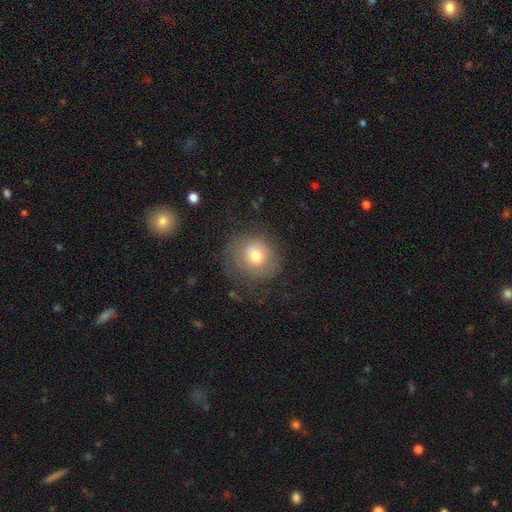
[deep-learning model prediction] A smooth galaxy with no disk features (68%) that is round (83%). Merging: none (66%).